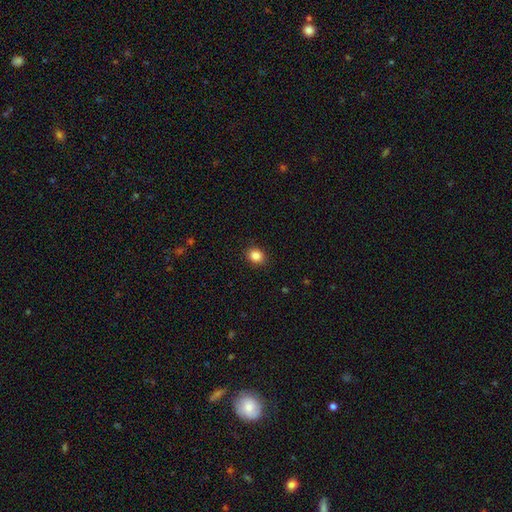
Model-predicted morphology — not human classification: smooth-or-featured: smooth: 86% | star or artifact: 10% | featured or disk: 4%
  how-rounded: round: 63% | in between: 36% | cigar-shaped: 1%
  merging: none: 90% | minor disturbance: 7% | major disturbance: 2% | merger: 1%